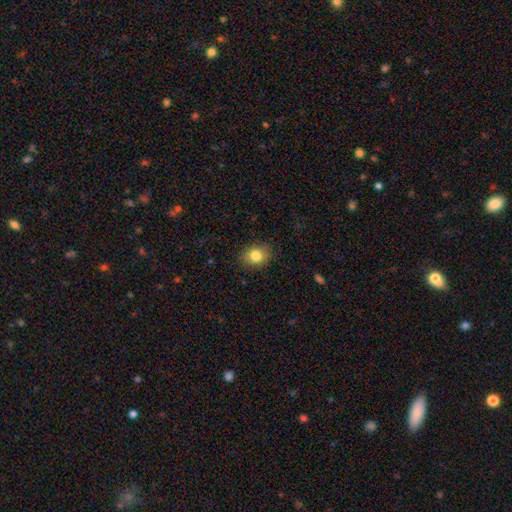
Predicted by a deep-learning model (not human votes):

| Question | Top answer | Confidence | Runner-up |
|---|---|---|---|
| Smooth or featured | smooth | 82% | star or artifact (10%) |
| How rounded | in between | 50% | round (49%) |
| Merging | none | 85% | minor disturbance (11%) |